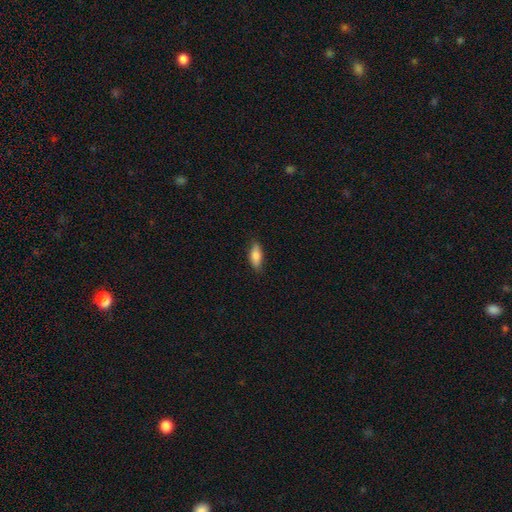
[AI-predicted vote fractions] This is clearly a smooth galaxy (81%). How rounded: likely in between (72%). Merging: clearly none (84%).